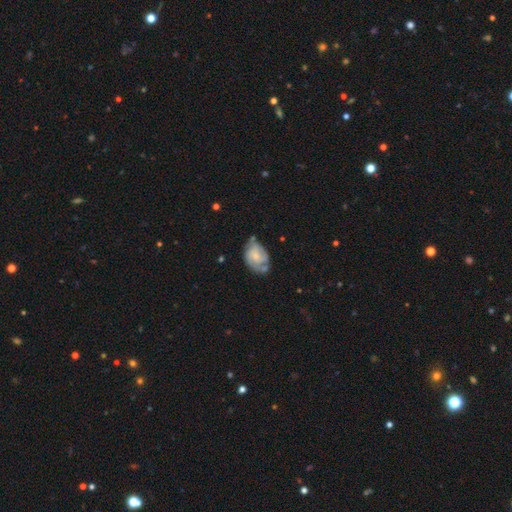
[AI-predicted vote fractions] Smooth or featured? Predicted: featured or disk (p=0.64). Edge-on disk? Predicted: no (p=0.97). Bar? Predicted: no (p=0.66). Spiral arms? Predicted: yes (p=0.85). Spiral winding? Predicted: tight (p=0.50). Spiral arm count? Predicted: 2 (p=0.45). Bulge size? Predicted: small (p=0.54). Merging? Predicted: none (p=0.49).